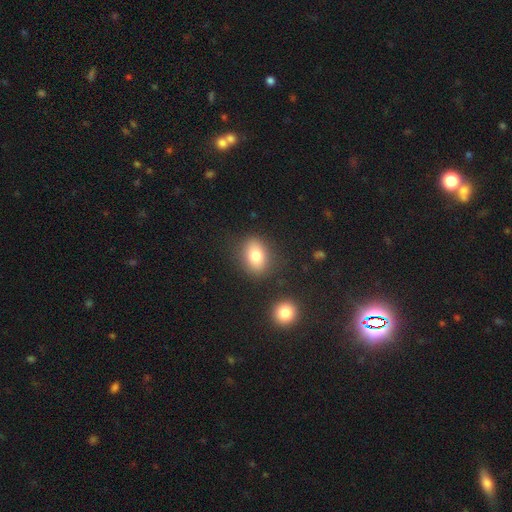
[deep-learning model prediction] smooth 79%, featured or disk 11%, star or artifact 9%. Down the decision tree: how rounded — in between (72%); merging — none (83%).